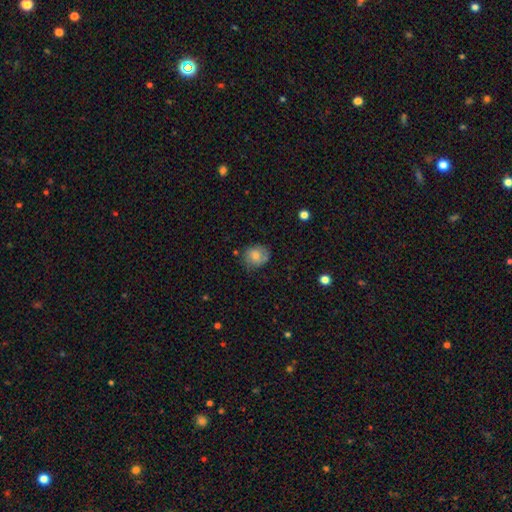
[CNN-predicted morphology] A smooth galaxy with no disk features (68%) that is round (71%). Merging: none (70%).